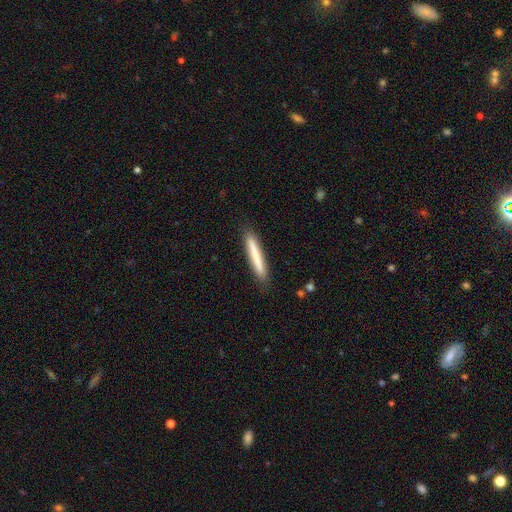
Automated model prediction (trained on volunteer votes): smooth 74%, featured or disk 20%, star or artifact 6%. Down the decision tree: how rounded — cigar-shaped (96%); merging — none (89%).